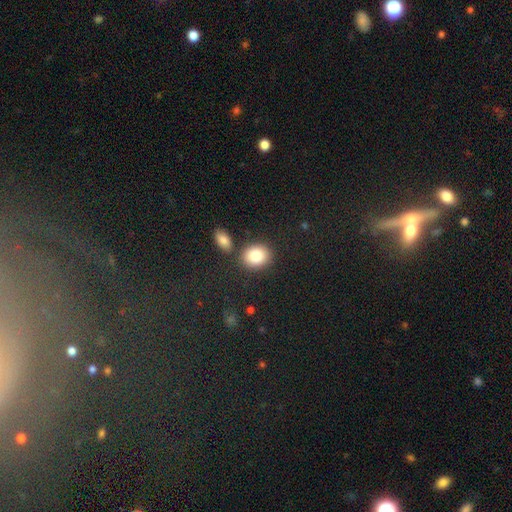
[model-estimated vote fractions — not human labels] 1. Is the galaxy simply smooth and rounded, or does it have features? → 85% smooth, 8% star or artifact, 7% featured or disk.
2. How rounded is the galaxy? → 53% round, 46% in between, 1% cigar-shaped.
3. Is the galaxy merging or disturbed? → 77% none, 11% merger, 9% minor disturbance, 3% major disturbance.